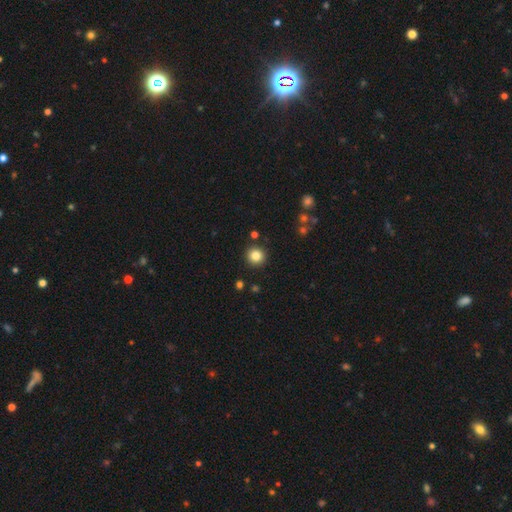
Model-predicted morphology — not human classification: Overall: smooth (84%). How rounded: round (94%). Merging: none (91%).